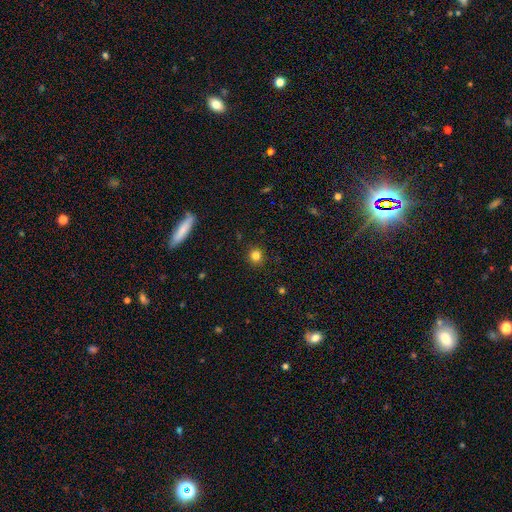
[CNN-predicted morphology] type=smooth (82%); roundness=round (91%); merging=none (91%).